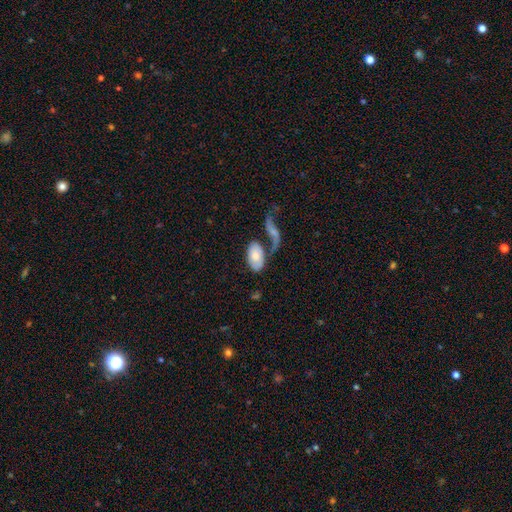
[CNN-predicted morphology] This is likely a smooth galaxy (67%). How rounded: clearly in between (95%). Merging: marginally merger (39%).